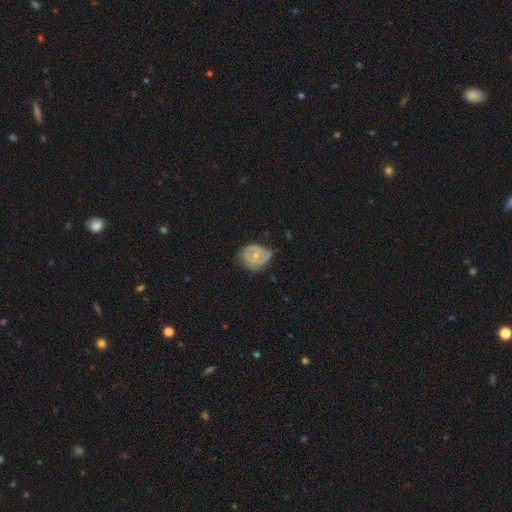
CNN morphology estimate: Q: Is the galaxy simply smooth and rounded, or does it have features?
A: featured or disk — 63%.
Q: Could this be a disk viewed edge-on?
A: no — 97%.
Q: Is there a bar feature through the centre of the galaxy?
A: no — 69%.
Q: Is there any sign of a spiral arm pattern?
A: yes — 68%.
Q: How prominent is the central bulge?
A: small — 48%, tied with moderate.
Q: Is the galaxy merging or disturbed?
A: none — 50%.